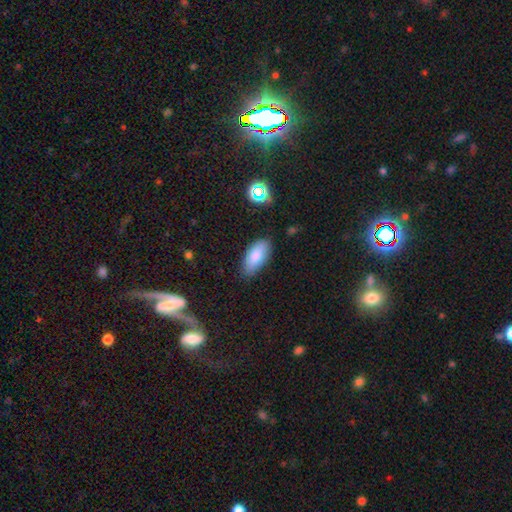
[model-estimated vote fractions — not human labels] Morphology: type=smooth (82%); roundness=in between (89%); merging=none (79%).